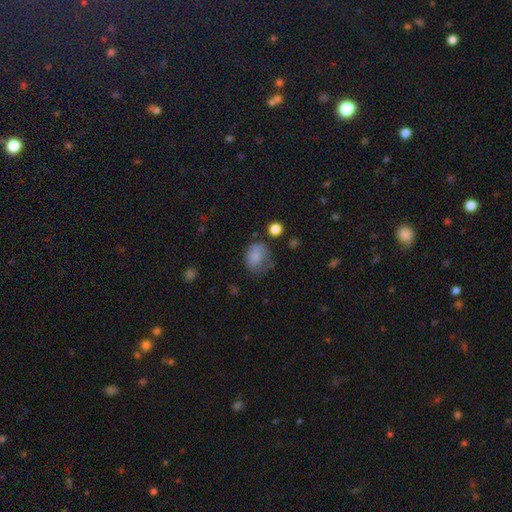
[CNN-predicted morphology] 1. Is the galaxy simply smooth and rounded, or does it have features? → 79% smooth, 10% star or artifact, 10% featured or disk.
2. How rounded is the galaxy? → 59% round, 40% in between, 1% cigar-shaped.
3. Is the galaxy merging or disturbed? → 49% none, 31% minor disturbance, 16% major disturbance, 4% merger.